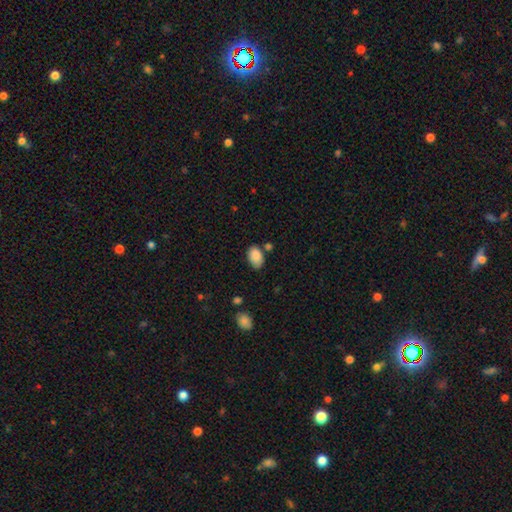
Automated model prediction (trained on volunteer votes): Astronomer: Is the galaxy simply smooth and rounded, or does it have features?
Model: smooth — 87%.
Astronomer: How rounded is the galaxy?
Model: in between — 90%.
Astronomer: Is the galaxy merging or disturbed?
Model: none — 68%.